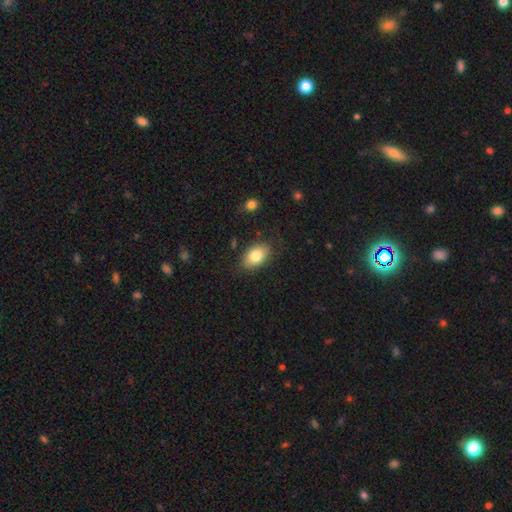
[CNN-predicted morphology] This is clearly a smooth galaxy (81%). How rounded: clearly in between (88%). Merging: clearly none (83%).